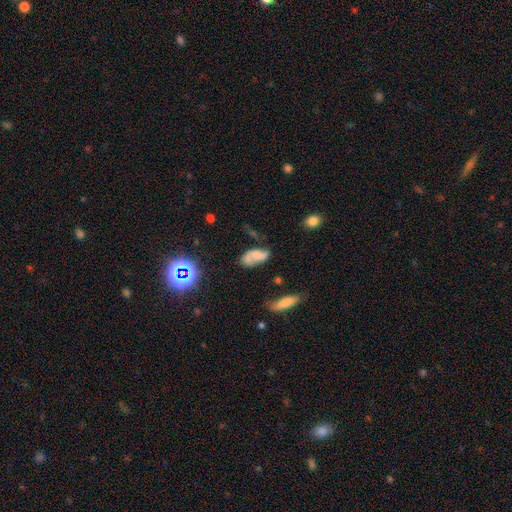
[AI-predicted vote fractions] Smooth or featured?
  - smooth: 46% *
  - featured or disk: 41%
  - star or artifact: 13%
Merging?
  - none: 45% *
  - minor disturbance: 28%
  - major disturbance: 17%
  - merger: 11%